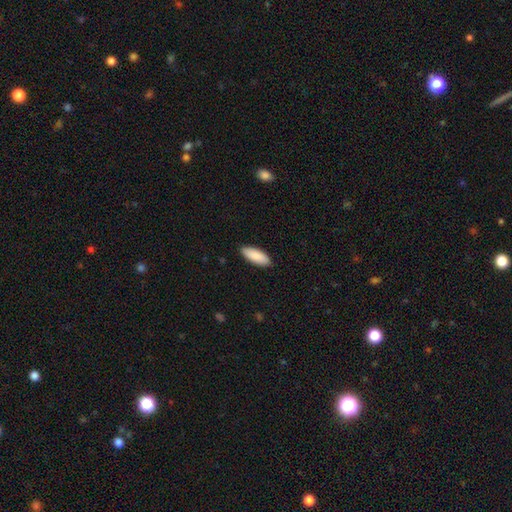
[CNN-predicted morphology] A smooth galaxy with no disk features (89%) that is in between round and cigar-shaped (76%).

Vote fractions:
- Smooth or featured? smooth: 89% / featured or disk: 6% / star or artifact: 5%
- How rounded? in between: 76% / cigar-shaped: 23% / round: 2%
- Merging? none: 89% / minor disturbance: 8% / major disturbance: 2% / merger: 1%